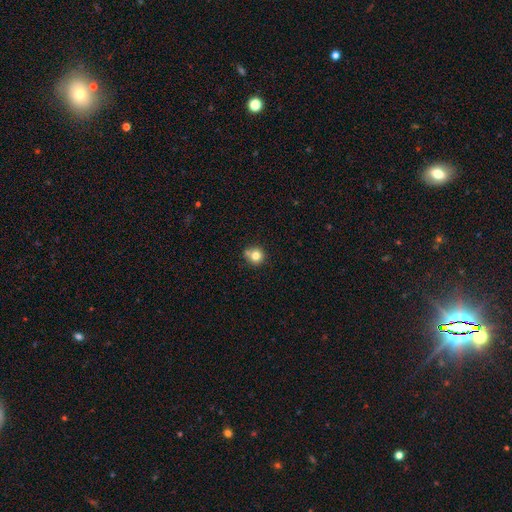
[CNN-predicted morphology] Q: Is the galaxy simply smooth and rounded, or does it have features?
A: smooth — 79%.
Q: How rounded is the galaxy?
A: round — 91%.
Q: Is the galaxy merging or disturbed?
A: none — 65%.